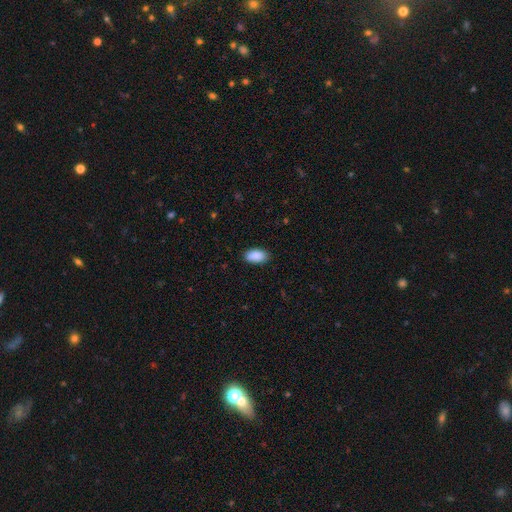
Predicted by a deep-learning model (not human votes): Smooth or featured? smooth (90%)
How rounded? in between (94%)
Merging? none (86%)